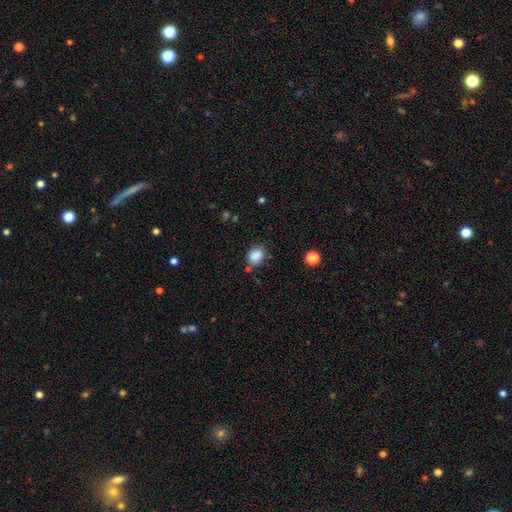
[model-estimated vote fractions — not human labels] Smooth or featured? smooth (86%)
How rounded? in between (58%)
Merging? none (71%)